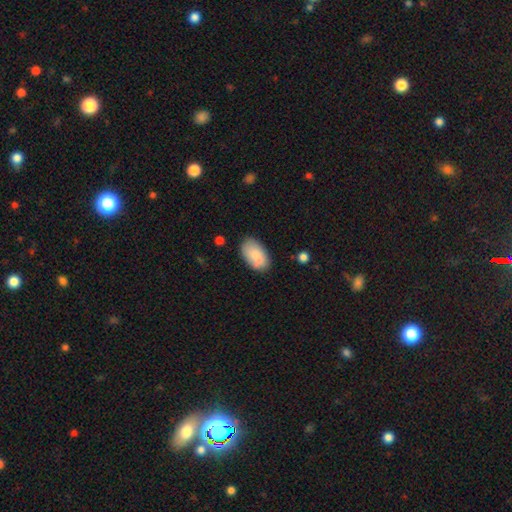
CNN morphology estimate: This is clearly a smooth galaxy (82%). How rounded: clearly in between (94%). Merging: likely none (71%).